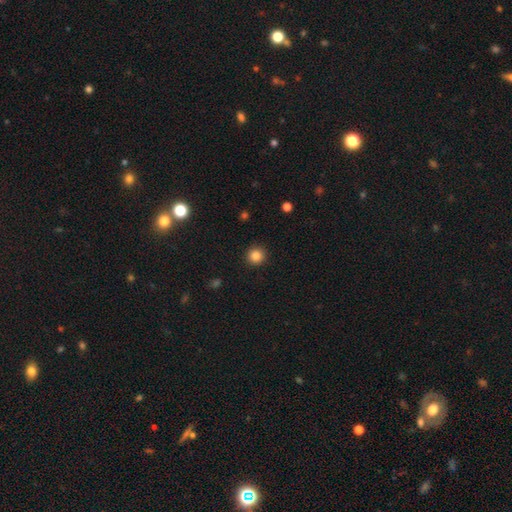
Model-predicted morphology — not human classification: Smooth or featured: smooth — 85% (star or artifact — 11%)
How rounded: round — 94% (in between — 5%)
Merging: none — 92% (minor disturbance — 5%)